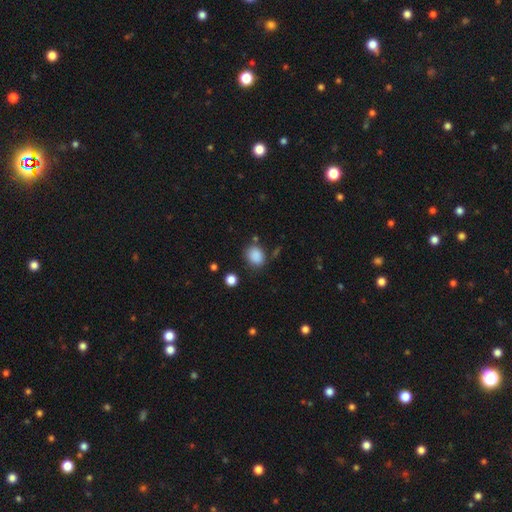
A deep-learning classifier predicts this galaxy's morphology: Smooth or featured? Predicted: smooth (p=0.86). How rounded? Predicted: round (p=0.54). Merging? Predicted: none (p=0.74).